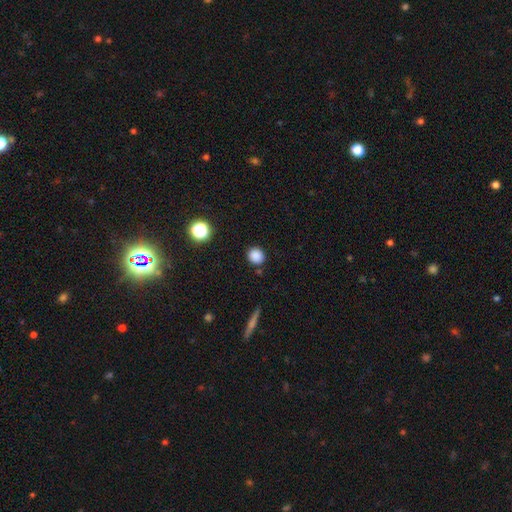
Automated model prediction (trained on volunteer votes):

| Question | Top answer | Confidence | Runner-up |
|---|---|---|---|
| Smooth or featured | smooth | 85% | star or artifact (11%) |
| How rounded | round | 83% | in between (16%) |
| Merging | none | 86% | minor disturbance (8%) |